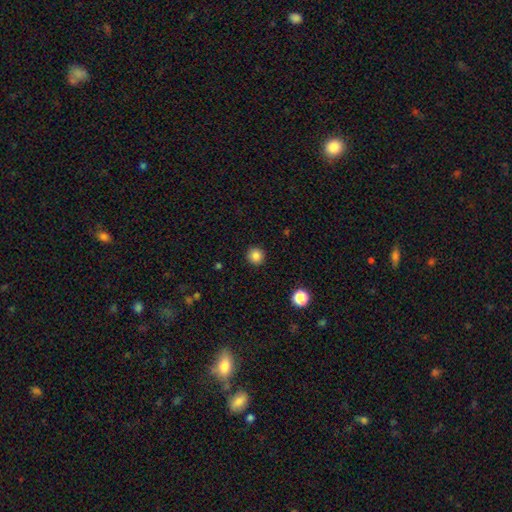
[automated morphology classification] smooth 85%, star or artifact 11%, featured or disk 4%. Down the decision tree: how rounded — round (95%); merging — none (92%).